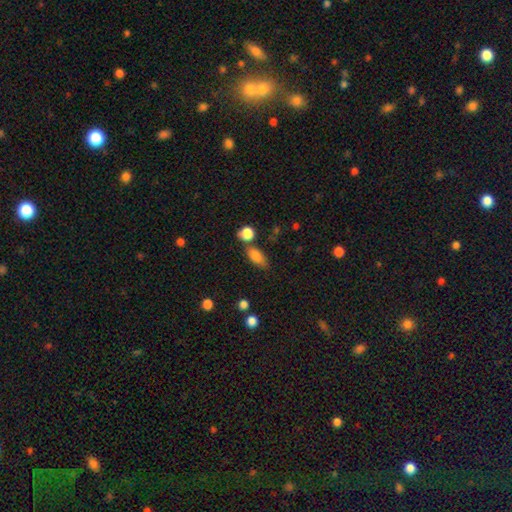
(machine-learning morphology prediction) Overall: smooth (82%). How rounded: in between (83%). Merging: none (62%).